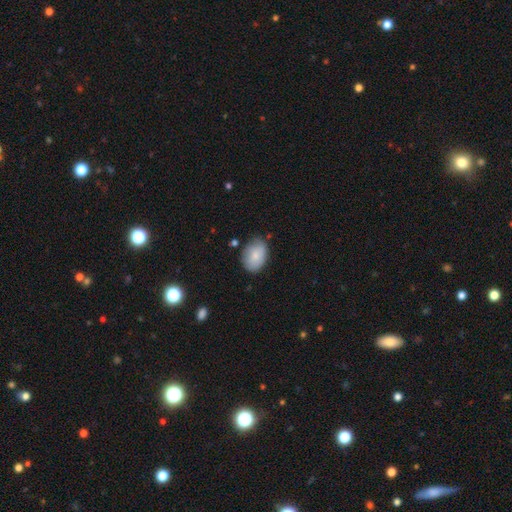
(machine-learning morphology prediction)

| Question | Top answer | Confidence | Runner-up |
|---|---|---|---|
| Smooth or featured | smooth | 79% | featured or disk (14%) |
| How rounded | in between | 79% | round (20%) |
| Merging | none | 68% | minor disturbance (24%) |